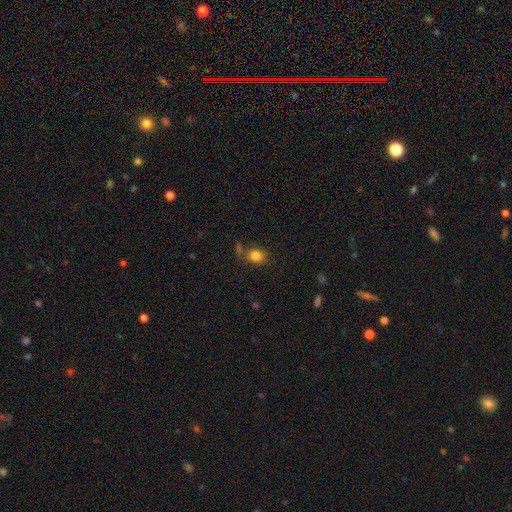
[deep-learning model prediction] Smooth or featured?
  - smooth: 83% *
  - star or artifact: 11%
  - featured or disk: 6%
How rounded?
  - in between: 50% *
  - round: 49%
  - cigar-shaped: 1%
Merging?
  - none: 70% *
  - minor disturbance: 14%
  - merger: 11%
  - major disturbance: 5%